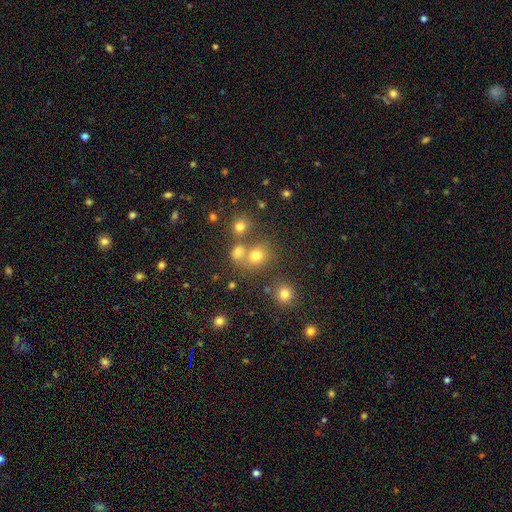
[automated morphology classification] smooth 67%, star or artifact 22%, featured or disk 11%. Down the decision tree: how rounded — round (72%); merging — none (55%).